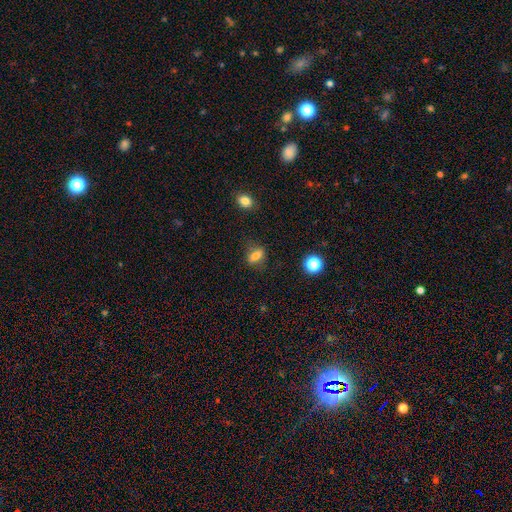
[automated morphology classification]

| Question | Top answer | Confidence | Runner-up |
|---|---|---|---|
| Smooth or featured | smooth | 70% | featured or disk (18%) |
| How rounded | in between | 68% | round (21%) |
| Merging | none | 78% | minor disturbance (15%) |